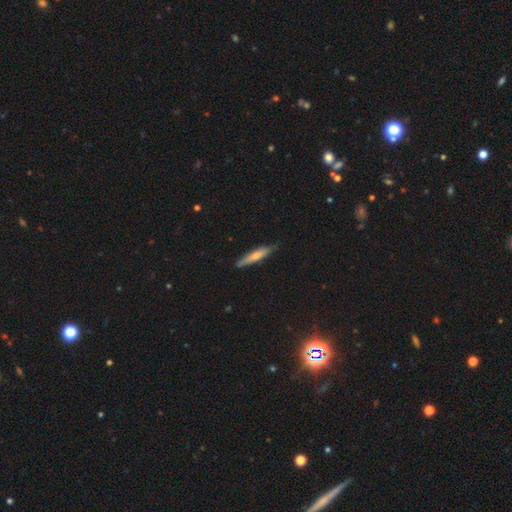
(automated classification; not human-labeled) Smooth or featured? Predicted: smooth (p=0.62). How rounded? Predicted: cigar-shaped (p=0.87). Merging? Predicted: none (p=0.81).